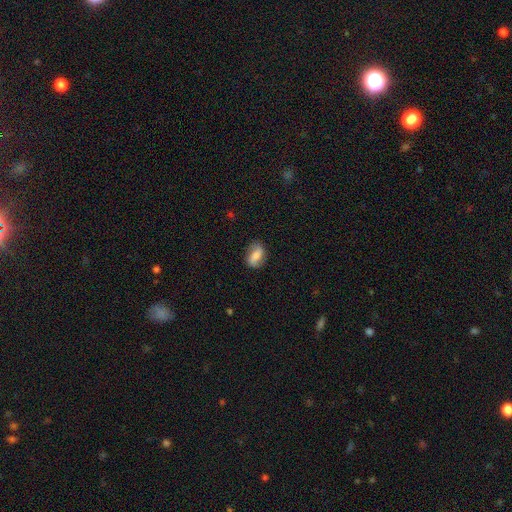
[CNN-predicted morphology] smooth-or-featured: smooth: 56% | featured or disk: 35% | star or artifact: 8%
  how-rounded: in between: 83% | round: 14% | cigar-shaped: 4%
  merging: none: 77% | minor disturbance: 17% | major disturbance: 5% | merger: 1%